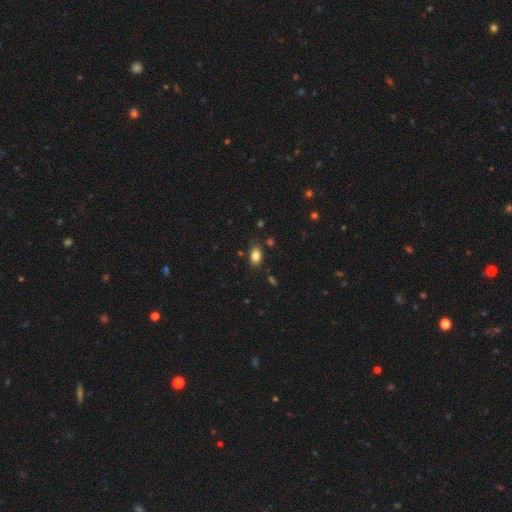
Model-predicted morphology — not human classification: This is clearly a smooth galaxy (83%). How rounded: clearly in between (86%). Merging: clearly none (81%).